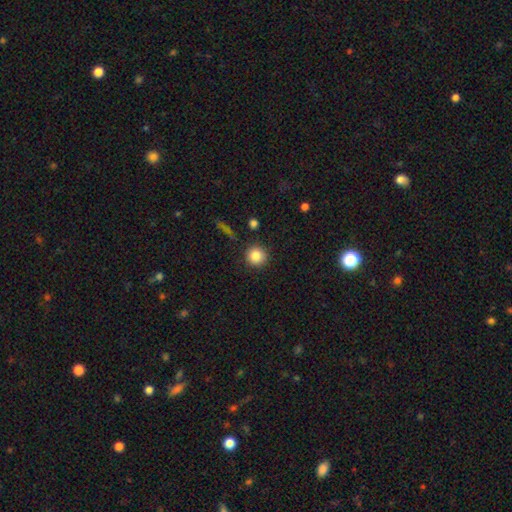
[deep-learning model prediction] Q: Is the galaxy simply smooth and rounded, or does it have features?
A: smooth — 85%.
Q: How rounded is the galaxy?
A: round — 94%.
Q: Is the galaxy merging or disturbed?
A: none — 89%.